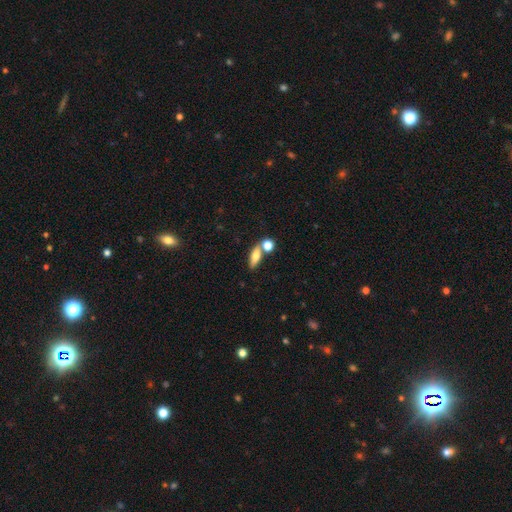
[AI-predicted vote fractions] Smooth or featured? Predicted: smooth (p=0.71). How rounded? Predicted: in between (p=0.62). Merging? Predicted: none (p=0.56).